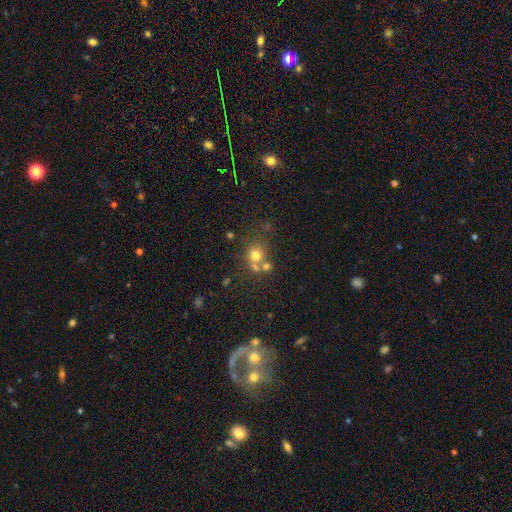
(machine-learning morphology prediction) The model was most divided on "merging": none: 49%, merger: 36%, minor disturbance: 10%, major disturbance: 5%. More confident: how rounded — round (81%); smooth or featured — smooth (69%).